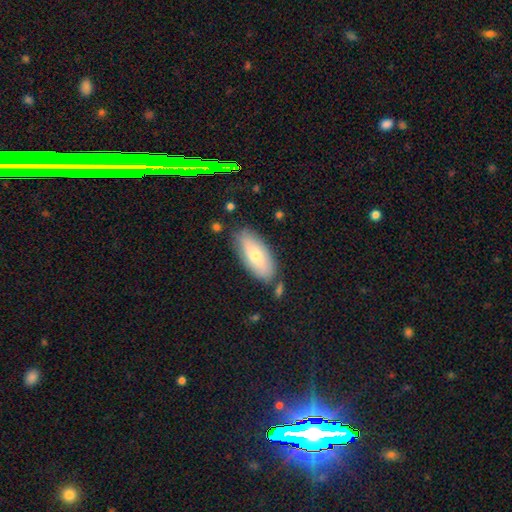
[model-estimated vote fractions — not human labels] This appears to be a smooth galaxy with no disk features (67%) that is in between round and cigar-shaped (84%). Merging: none (78%).